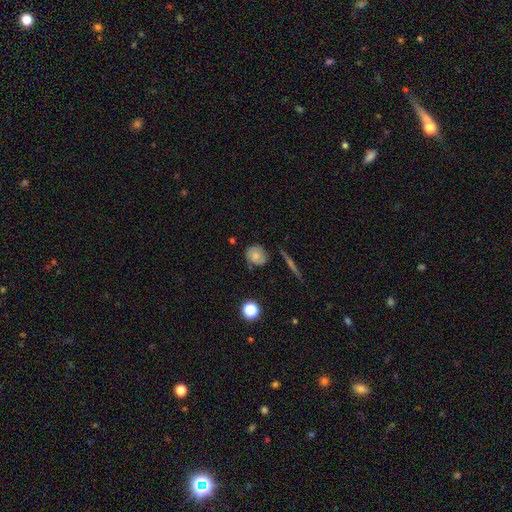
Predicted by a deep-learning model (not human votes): smooth-or-featured: smooth: 62% | featured or disk: 27% | star or artifact: 10%
  how-rounded: round: 81% | in between: 17% | cigar-shaped: 2%
  merging: none: 71% | minor disturbance: 20% | major disturbance: 5% | merger: 4%